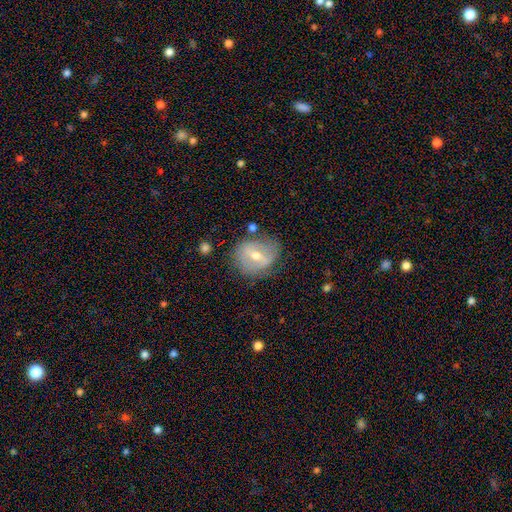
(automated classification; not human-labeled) Smooth or featured? featured or disk (61%)
Edge-on disk? no (94%)
Bar? weak (45%)
Spiral arms? yes (53%)
Bulge size? moderate (66%)
Merging? none (65%)